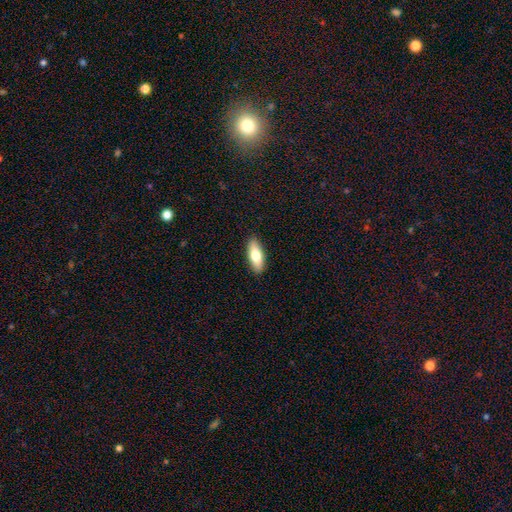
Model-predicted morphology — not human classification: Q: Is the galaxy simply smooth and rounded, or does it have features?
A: smooth — 75%.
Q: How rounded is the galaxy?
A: in between — 68%.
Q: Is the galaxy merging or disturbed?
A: none — 90%.